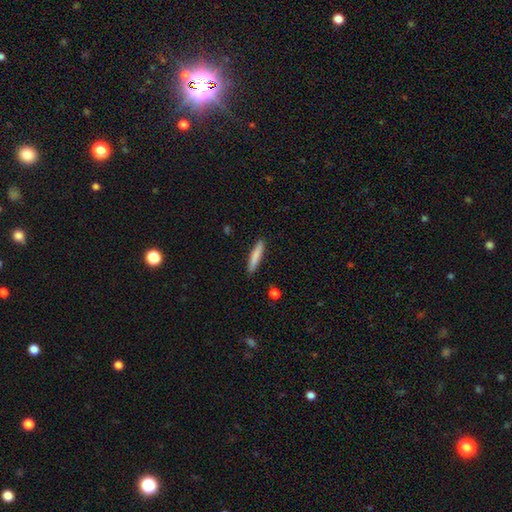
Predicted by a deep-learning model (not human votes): Morphology: type=smooth (80%); roundness=cigar-shaped (90%); merging=none (89%).